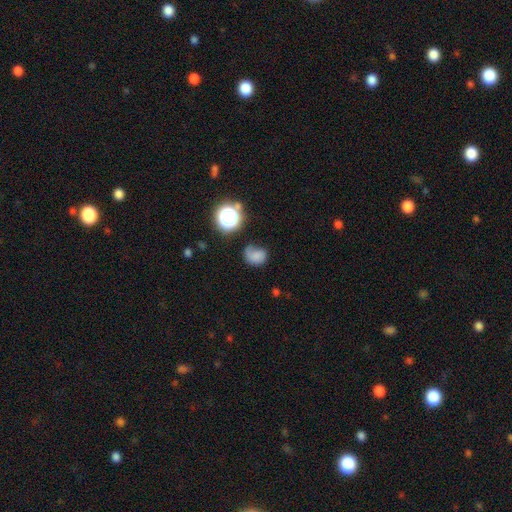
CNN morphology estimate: A smooth galaxy with no disk features (67%) that is round (54%).

Vote fractions:
- Smooth or featured? smooth: 67% / featured or disk: 17% / star or artifact: 16%
- How rounded? round: 54% / in between: 45% / cigar-shaped: 1%
- Merging? none: 45% / minor disturbance: 29% / major disturbance: 21% / merger: 6%